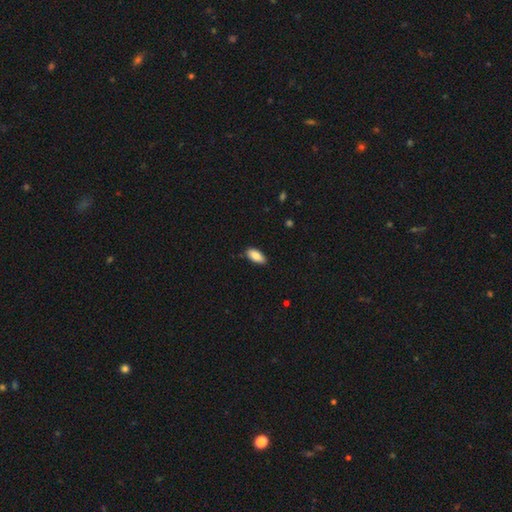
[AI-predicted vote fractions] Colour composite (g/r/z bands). It shows a smooth galaxy with no disk features (88%) that is in between round and cigar-shaped (90%). Merging: none (85%).